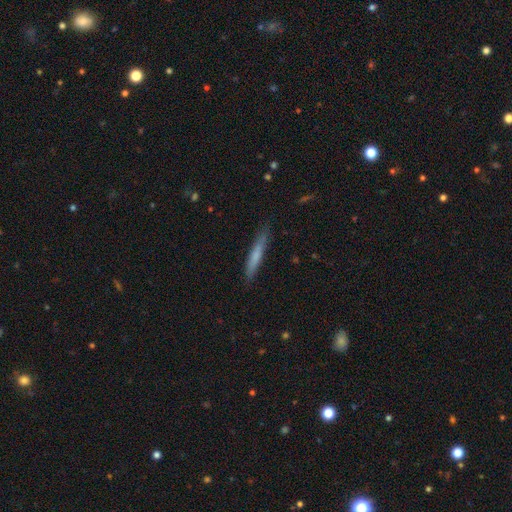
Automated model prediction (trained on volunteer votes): Smooth or featured?
  - smooth: 68% *
  - featured or disk: 26%
  - star or artifact: 6%
How rounded?
  - cigar-shaped: 94% *
  - in between: 5%
  - round: 1%
Merging?
  - none: 84% *
  - minor disturbance: 12%
  - major disturbance: 2%
  - merger: 1%